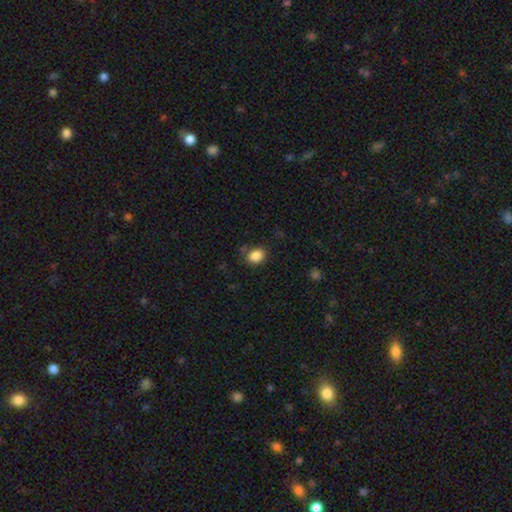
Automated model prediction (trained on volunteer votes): Overall: smooth (86%). How rounded: round (53%; in between 46%). Merging: none (78%).